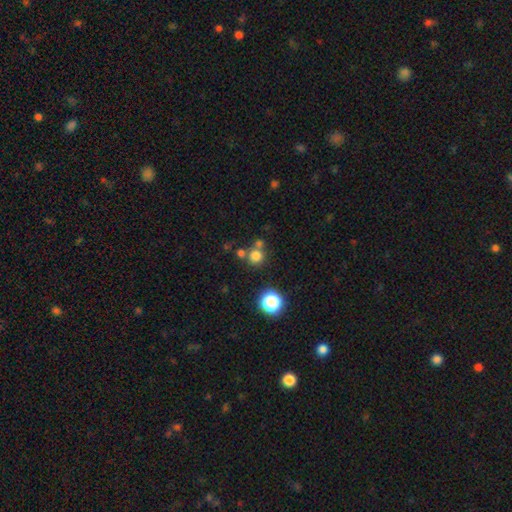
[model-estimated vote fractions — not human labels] Morphology: type=smooth (75%); roundness=round (92%); merging=none (66%).